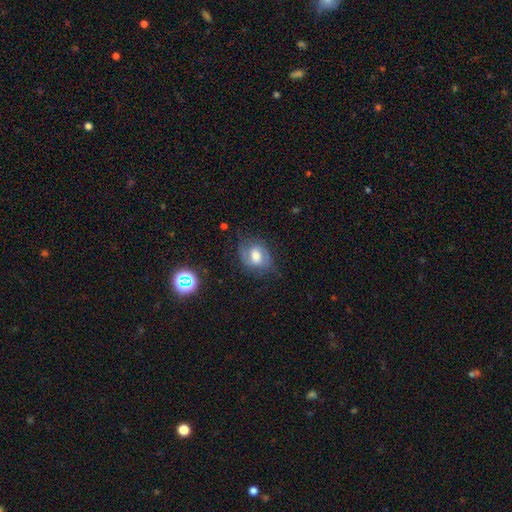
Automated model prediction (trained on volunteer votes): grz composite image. It shows a featured or disk galaxy (61%) with a weak bar (45%), spiral arms (83%) and a moderate central bulge (60%). Merging: none (66%).